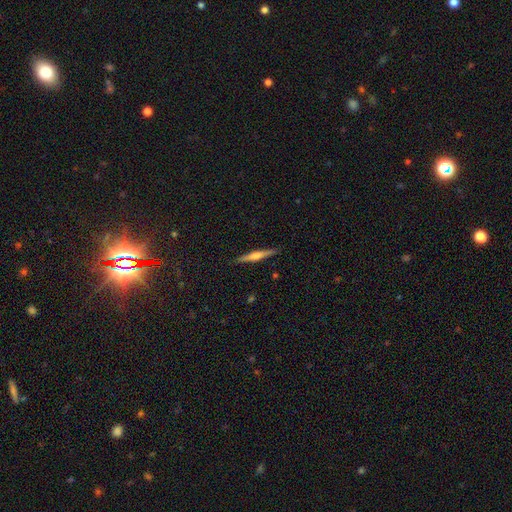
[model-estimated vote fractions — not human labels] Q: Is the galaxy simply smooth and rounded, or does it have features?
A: featured or disk — 65%.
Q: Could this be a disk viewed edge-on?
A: yes — 98%.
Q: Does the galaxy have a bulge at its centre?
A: rounded — 77%.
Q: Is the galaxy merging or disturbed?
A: none — 91%.